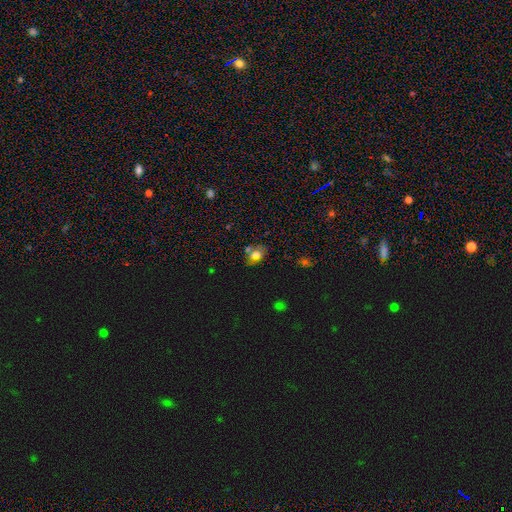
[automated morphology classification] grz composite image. It shows a smooth galaxy with no disk features (65%) that is in between round and cigar-shaped (64%). Merging: none (56%).